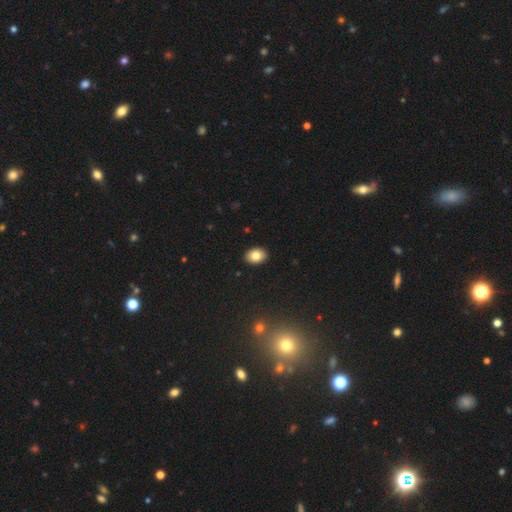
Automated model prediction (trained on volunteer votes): Smooth or featured?
  - smooth: 81% *
  - featured or disk: 10%
  - star or artifact: 9%
How rounded?
  - in between: 76% *
  - round: 23%
  - cigar-shaped: 1%
Merging?
  - none: 91% *
  - minor disturbance: 6%
  - major disturbance: 2%
  - merger: 1%